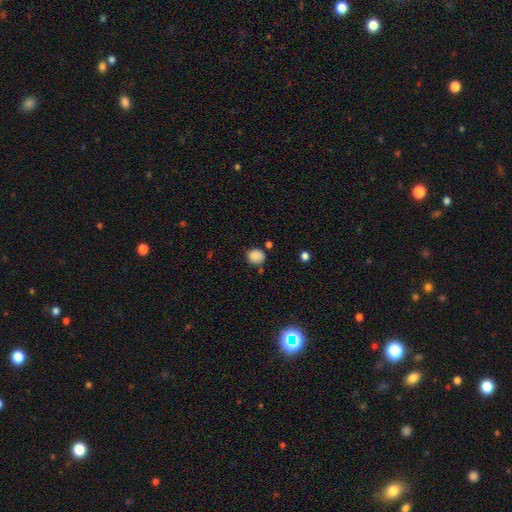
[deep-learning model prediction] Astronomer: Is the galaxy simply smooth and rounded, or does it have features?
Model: smooth — 86%.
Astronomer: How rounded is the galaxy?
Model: round — 77%.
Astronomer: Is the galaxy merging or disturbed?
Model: none — 72%.